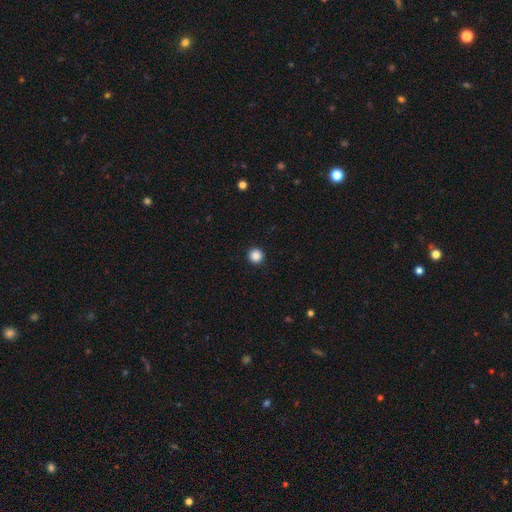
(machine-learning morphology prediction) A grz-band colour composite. It shows a smooth galaxy with no disk features (87%) that is round (96%). Merging: none (93%).